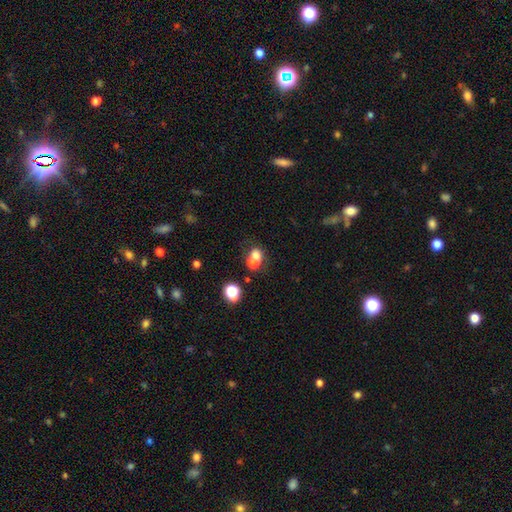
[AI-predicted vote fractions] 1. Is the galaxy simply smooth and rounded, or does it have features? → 67% smooth, 19% featured or disk, 14% star or artifact.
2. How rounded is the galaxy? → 64% round, 35% in between, 1% cigar-shaped.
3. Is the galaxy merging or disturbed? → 62% merger, 28% none, 6% minor disturbance, 4% major disturbance.